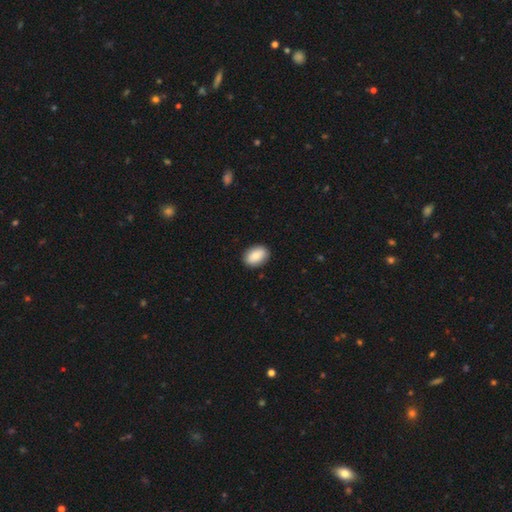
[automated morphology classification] Smooth or featured?
  - smooth: 84% *
  - featured or disk: 9%
  - star or artifact: 7%
How rounded?
  - in between: 86% *
  - round: 12%
  - cigar-shaped: 1%
Merging?
  - none: 89% *
  - minor disturbance: 8%
  - major disturbance: 2%
  - merger: 1%